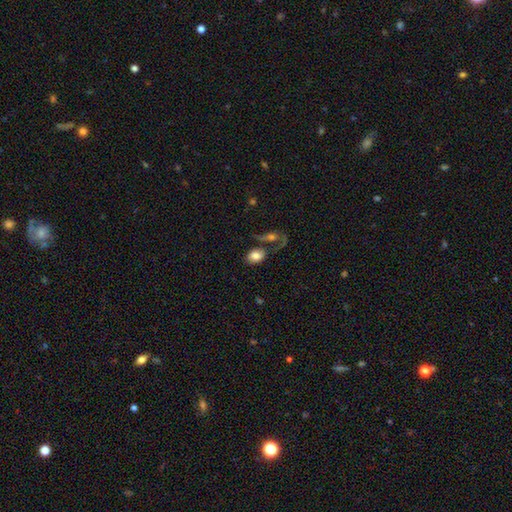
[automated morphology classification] The model was most divided on "merging" (2-way tie): merger: 37%, none: 37%, major disturbance: 14%, minor disturbance: 12%. More confident: how rounded — in between (78%); smooth or featured — smooth (76%).